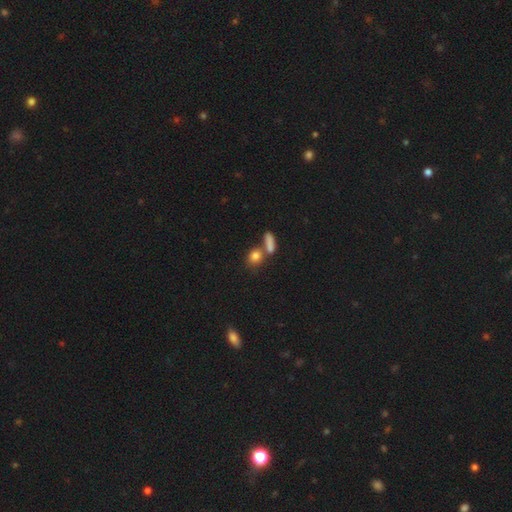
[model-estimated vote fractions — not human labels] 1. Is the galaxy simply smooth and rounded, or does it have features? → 81% smooth, 11% star or artifact, 9% featured or disk.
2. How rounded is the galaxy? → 52% round, 41% in between, 8% cigar-shaped.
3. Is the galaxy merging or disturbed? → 50% none, 34% merger, 10% minor disturbance, 5% major disturbance.